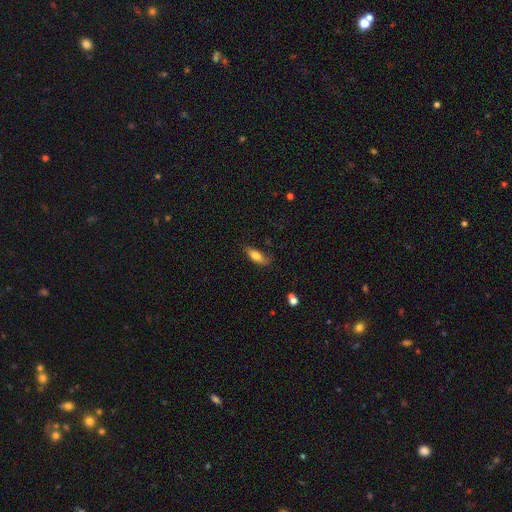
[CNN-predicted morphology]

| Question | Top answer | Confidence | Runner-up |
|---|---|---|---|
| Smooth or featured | smooth | 74% | featured or disk (19%) |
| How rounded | in between | 63% | cigar-shaped (34%) |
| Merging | none | 64% | minor disturbance (27%) |